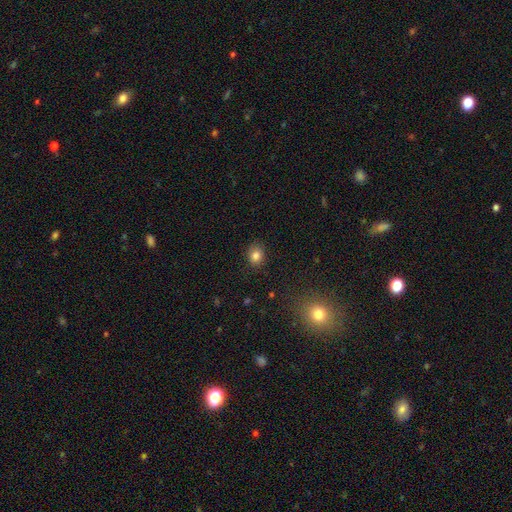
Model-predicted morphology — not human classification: Q: Smooth or featured?
A: smooth (82%); runner-up: star or artifact (11%)
Q: How rounded?
A: round (59%); runner-up: in between (40%)
Q: Merging?
A: none (85%); runner-up: minor disturbance (11%)